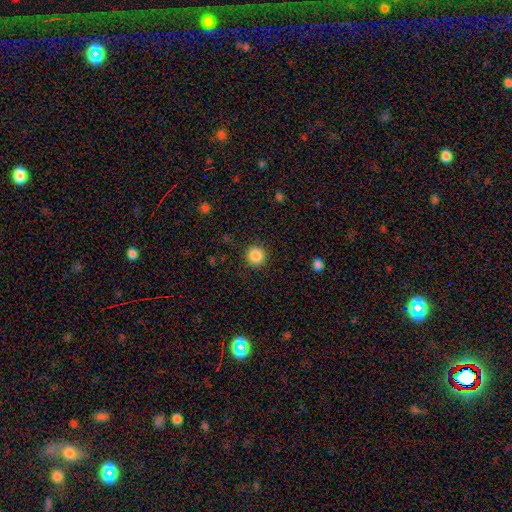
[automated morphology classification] Smooth or featured?
  - smooth: 87% *
  - star or artifact: 10%
  - featured or disk: 4%
How rounded?
  - round: 95% *
  - in between: 4%
  - cigar-shaped: 1%
Merging?
  - none: 90% *
  - minor disturbance: 6%
  - major disturbance: 2%
  - merger: 1%